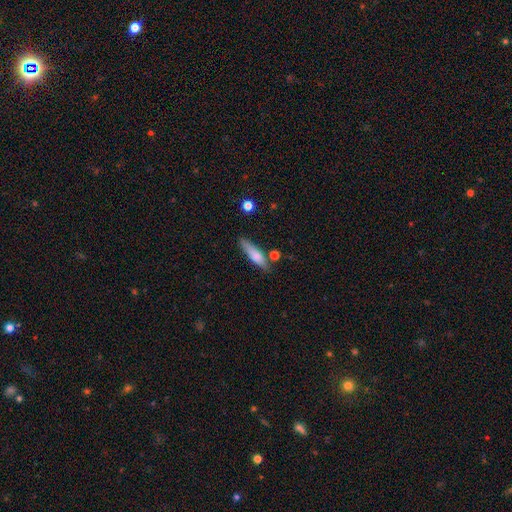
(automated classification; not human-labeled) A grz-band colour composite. It shows a smooth galaxy with no disk features (71%) that is cigar-shaped (73%). Merging: none (66%).